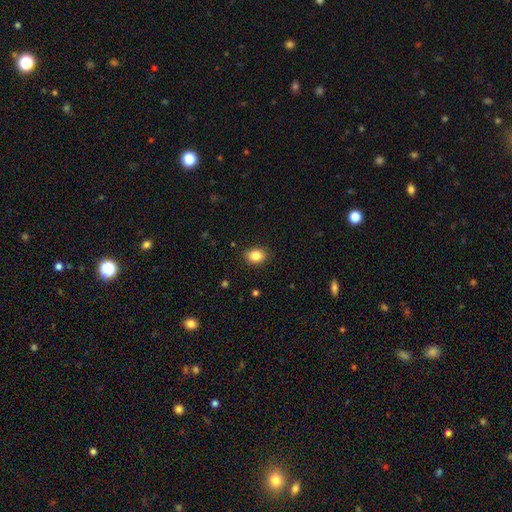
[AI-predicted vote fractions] Smooth or featured?
  - smooth: 85% *
  - star or artifact: 9%
  - featured or disk: 5%
How rounded?
  - in between: 62% *
  - round: 37%
  - cigar-shaped: 1%
Merging?
  - none: 89% *
  - minor disturbance: 8%
  - major disturbance: 2%
  - merger: 1%